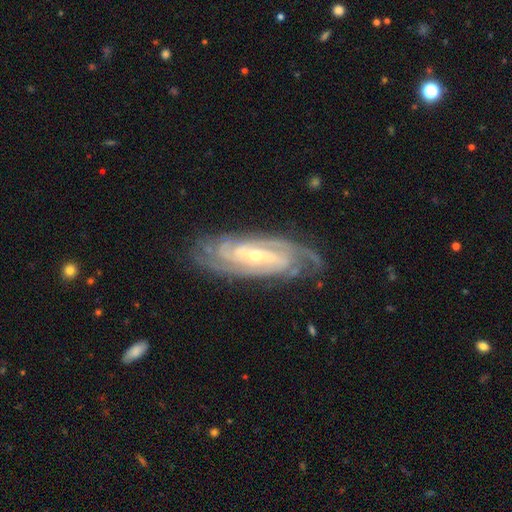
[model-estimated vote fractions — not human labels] featured or disk 91%, star or artifact 5%, smooth 4%. Down the decision tree: edge-on disk — no (92%); bar — strong (38%); spiral arms — yes (98%); spiral arm count — 3 (24%, tied with 2); spiral winding — tight (69%); bulge size — small (63%); merging — none (79%).